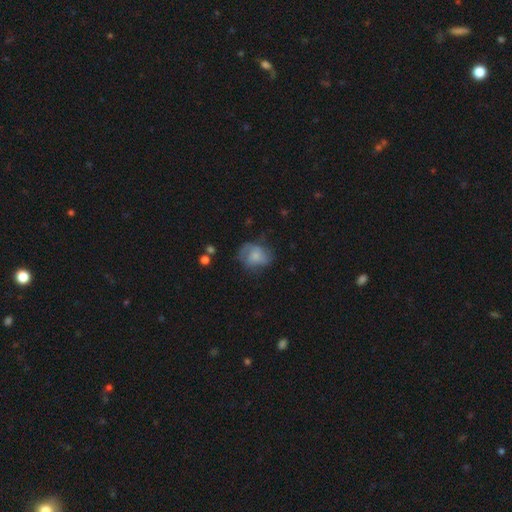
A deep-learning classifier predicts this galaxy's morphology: A smooth galaxy with no disk features (55%) that is round (54%).

Vote fractions:
- Smooth or featured? smooth: 55% / featured or disk: 36% / star or artifact: 9%
- How rounded? round: 54% / in between: 45% / cigar-shaped: 1%
- Merging? none: 50% / minor disturbance: 29% / major disturbance: 19% / merger: 2%